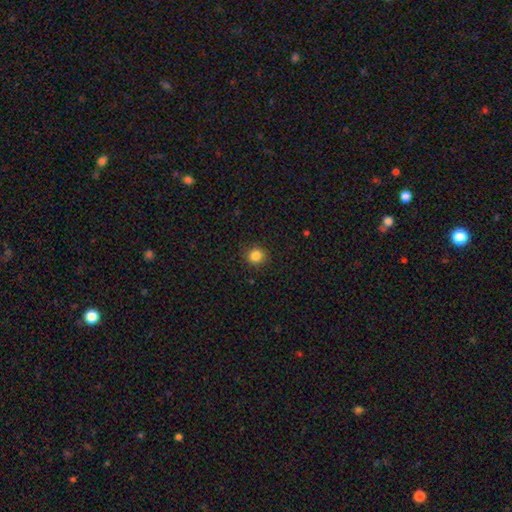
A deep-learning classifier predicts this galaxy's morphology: smooth 84%, star or artifact 11%, featured or disk 4%. Down the decision tree: how rounded — round (90%); merging — none (90%).